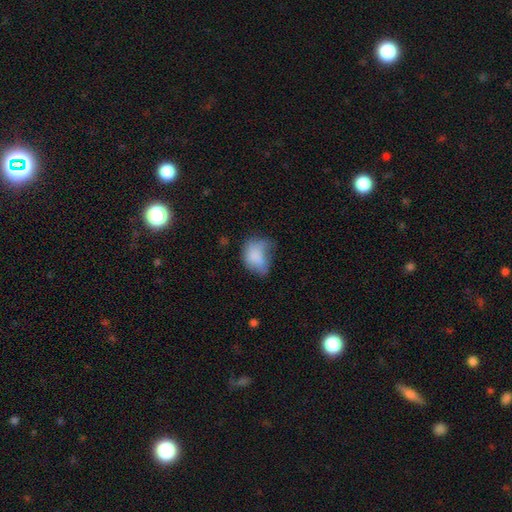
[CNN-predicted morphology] Q: Smooth or featured?
A: smooth (73%); runner-up: featured or disk (18%)
Q: How rounded?
A: in between (73%); runner-up: round (26%)
Q: Merging?
A: minor disturbance (36%); runner-up: major disturbance (30%)